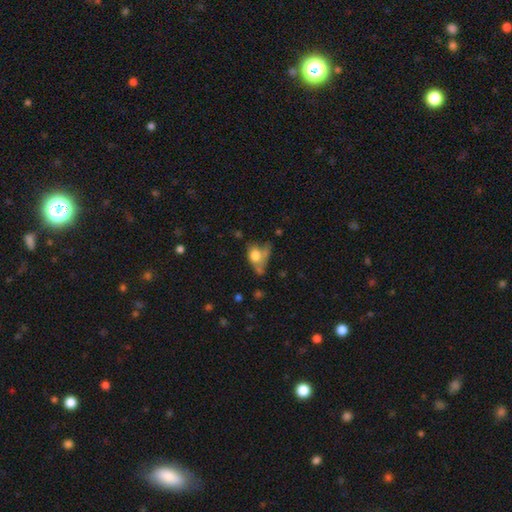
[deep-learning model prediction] The model was most divided on "merging" (2-way tie): major disturbance: 28%, none: 28%, minor disturbance: 24%, merger: 20%. More confident: smooth or featured — smooth (68%); how rounded — in between (67%).